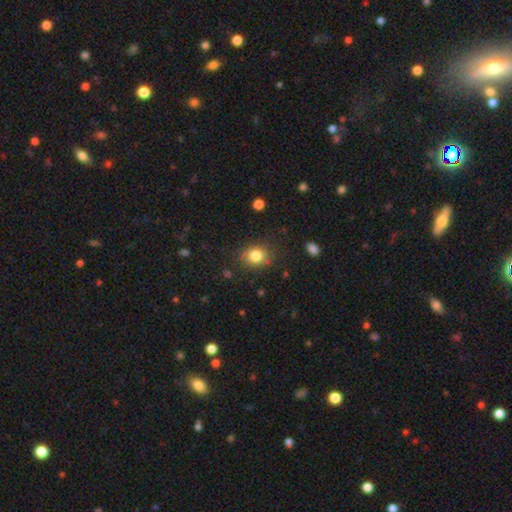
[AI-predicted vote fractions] Overall: smooth (82%). How rounded: round (61%; in between 38%). Merging: none (80%).